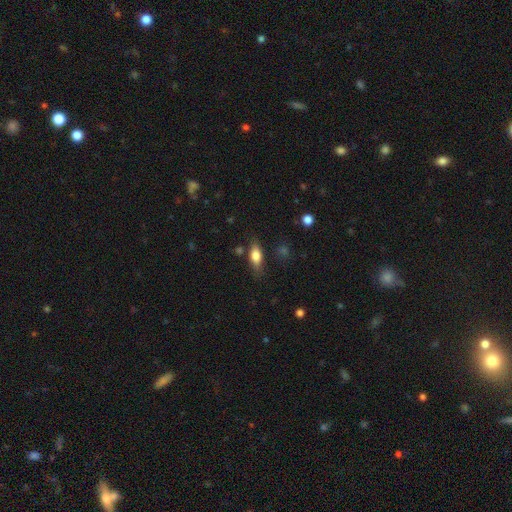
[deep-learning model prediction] This is likely a smooth galaxy (74%). How rounded: likely in between (75%). Merging: likely none (74%).